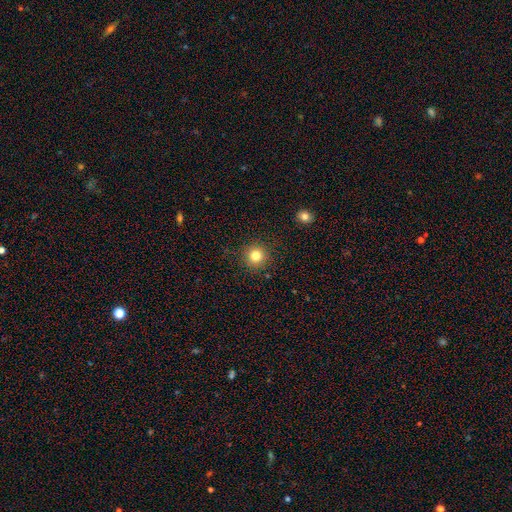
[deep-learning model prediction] Smooth or featured? smooth (81%)
How rounded? round (95%)
Merging? none (91%)